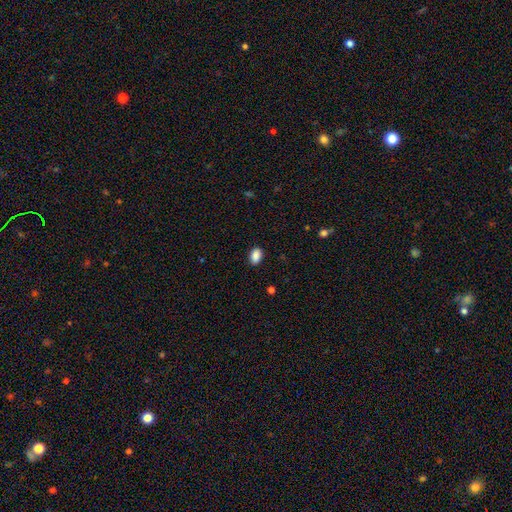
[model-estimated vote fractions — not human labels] Smooth or featured? Predicted: smooth (p=0.89). How rounded? Predicted: in between (p=0.87). Merging? Predicted: none (p=0.88).